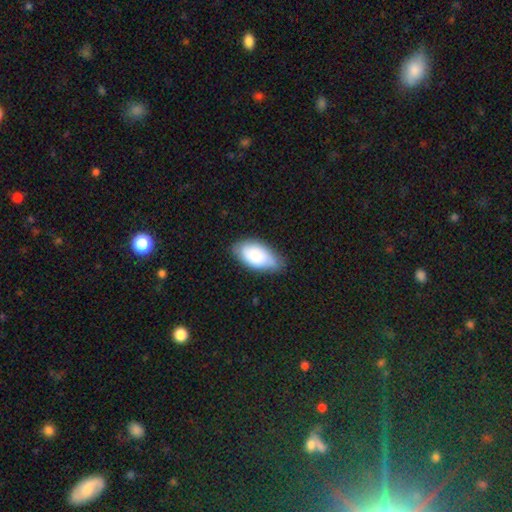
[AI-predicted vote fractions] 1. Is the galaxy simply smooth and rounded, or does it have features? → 80% smooth, 14% featured or disk, 6% star or artifact.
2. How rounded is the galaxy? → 94% in between, 3% cigar-shaped, 3% round.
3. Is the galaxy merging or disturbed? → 67% none, 27% minor disturbance, 5% major disturbance, 2% merger.